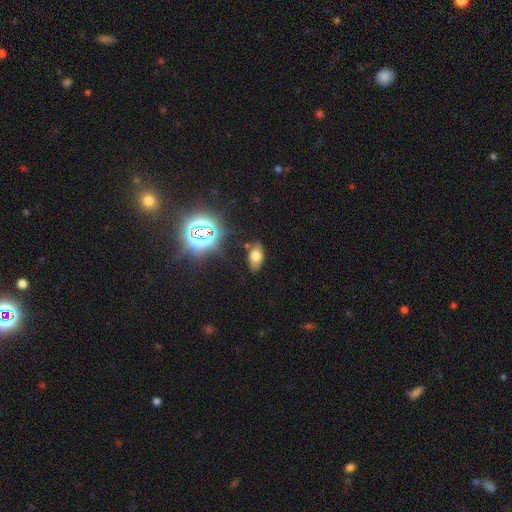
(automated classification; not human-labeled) Smooth or featured?
  - smooth: 64% *
  - star or artifact: 23%
  - featured or disk: 14%
How rounded?
  - in between: 90% *
  - round: 7%
  - cigar-shaped: 2%
Merging?
  - none: 79% *
  - minor disturbance: 14%
  - major disturbance: 4%
  - merger: 3%